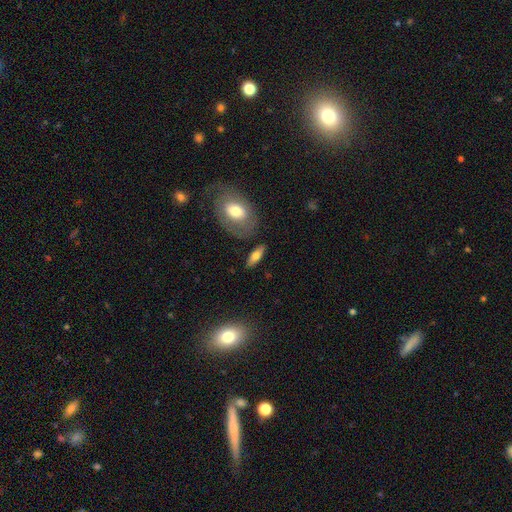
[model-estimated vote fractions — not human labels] Smooth or featured?
  - smooth: 67% *
  - featured or disk: 26%
  - star or artifact: 8%
How rounded?
  - in between: 64% *
  - cigar-shaped: 31%
  - round: 5%
Merging?
  - none: 81% *
  - minor disturbance: 12%
  - merger: 4%
  - major disturbance: 4%